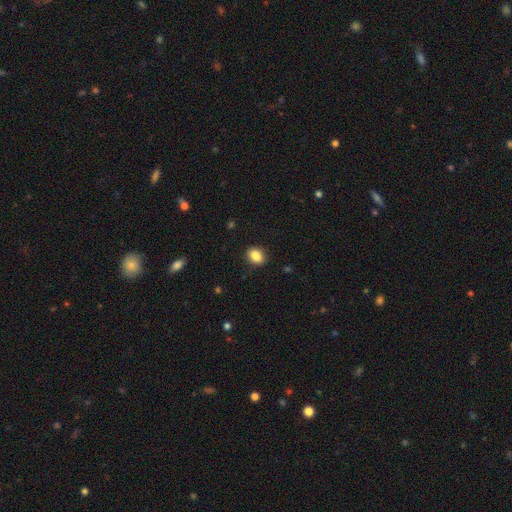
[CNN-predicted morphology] type=smooth (86%); roundness=in between (57%); merging=none (89%).